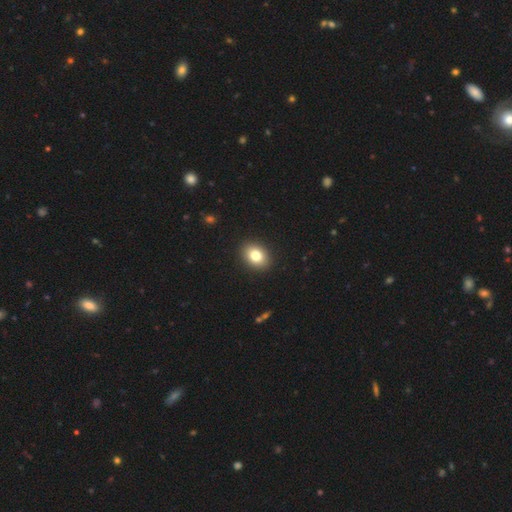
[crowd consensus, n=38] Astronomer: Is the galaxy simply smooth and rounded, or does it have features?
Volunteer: smooth — 76%.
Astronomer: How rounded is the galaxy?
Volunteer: in between — 55% (runner-up: round, 45%).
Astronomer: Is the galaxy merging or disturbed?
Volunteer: none — 91%.